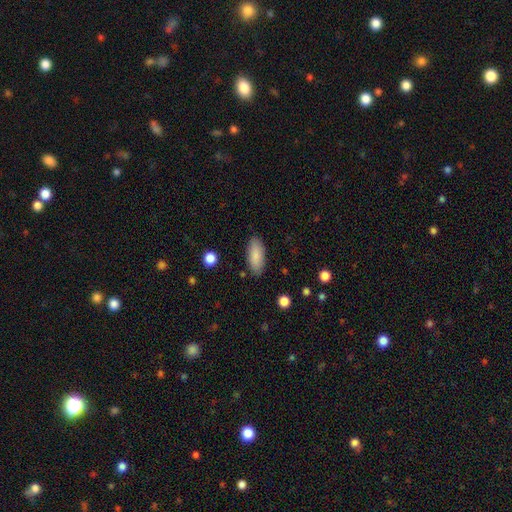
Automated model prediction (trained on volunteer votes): smooth 86%, featured or disk 8%, star or artifact 6%. Down the decision tree: how rounded — in between (83%); merging — none (87%).